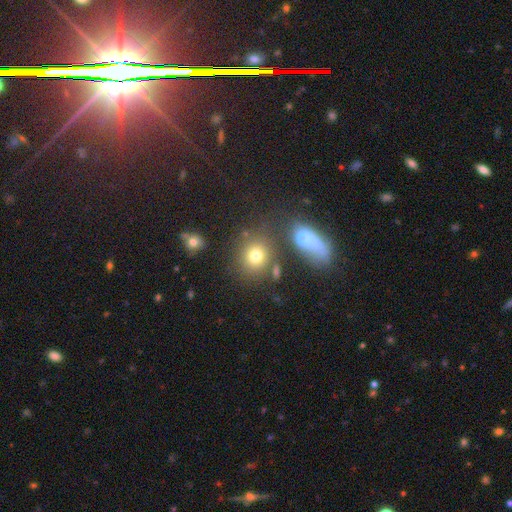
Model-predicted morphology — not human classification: Overall: smooth (74%). How rounded: round (76%). Merging: none (71%).